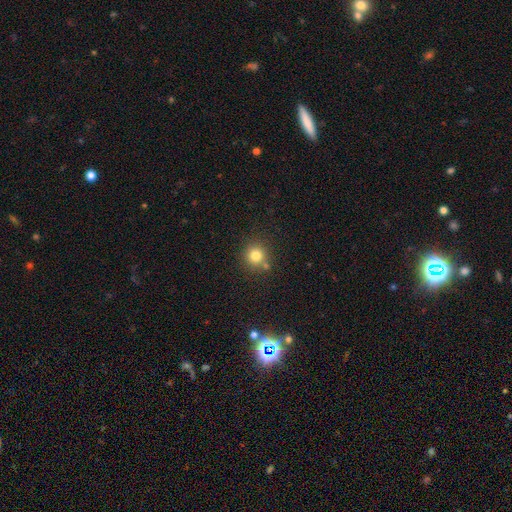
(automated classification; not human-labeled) The model was most divided on "merging": none: 74%, merger: 13%, minor disturbance: 10%, major disturbance: 3%. More confident: how rounded — round (92%); smooth or featured — smooth (80%).